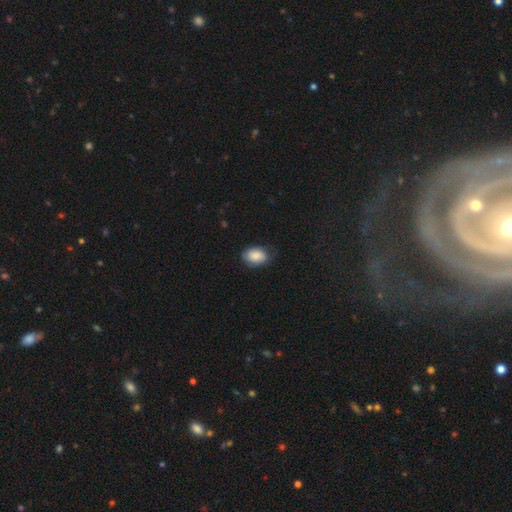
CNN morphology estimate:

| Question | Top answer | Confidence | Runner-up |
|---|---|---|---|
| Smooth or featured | smooth | 83% | featured or disk (10%) |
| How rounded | in between | 83% | round (16%) |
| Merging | none | 69% | minor disturbance (24%) |